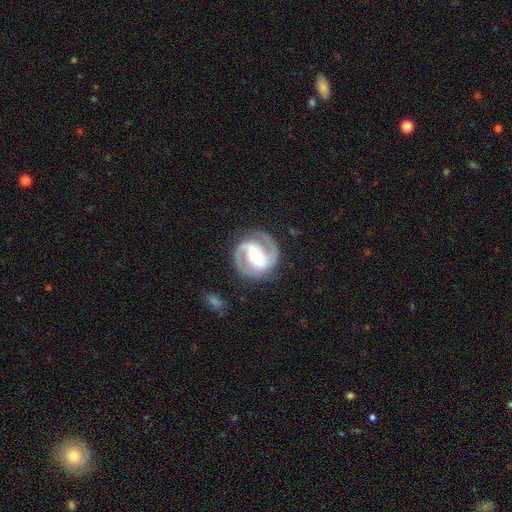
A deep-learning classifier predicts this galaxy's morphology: featured or disk 91%, smooth 6%, star or artifact 4%. Down the decision tree: edge-on disk — no (98%); bar — strong (65%); spiral arms — yes (97%); spiral arm count — 2 (93%); spiral winding — medium (51%); bulge size — moderate (54%); merging — none (84%).